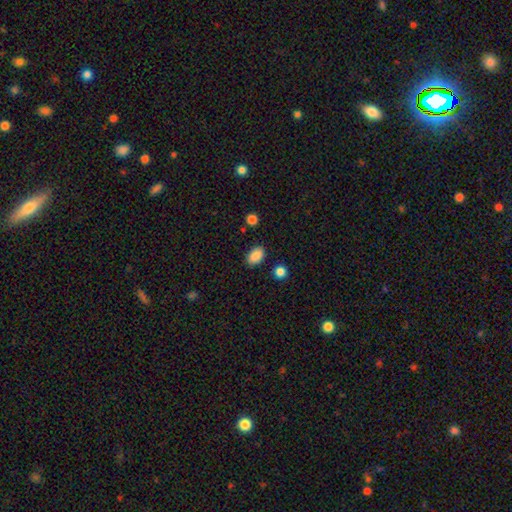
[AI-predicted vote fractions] Q: Smooth or featured?
A: smooth (88%); runner-up: star or artifact (9%)
Q: How rounded?
A: in between (85%); runner-up: round (14%)
Q: Merging?
A: none (85%); runner-up: minor disturbance (10%)